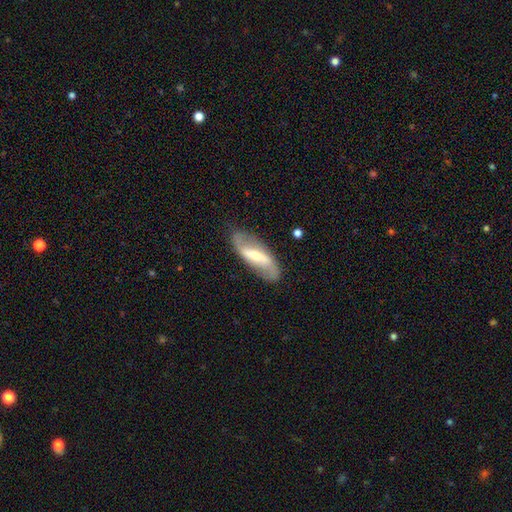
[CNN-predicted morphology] Overall: featured or disk (73%). Edge-on disk: no (88%). Bar: strong (52%; weak 36%). Spiral arms: yes (85%). Spiral arm count: 2 (88%). Spiral winding: loose (69%). Bulge size: moderate (46%; small 37%). Merging: none (78%).